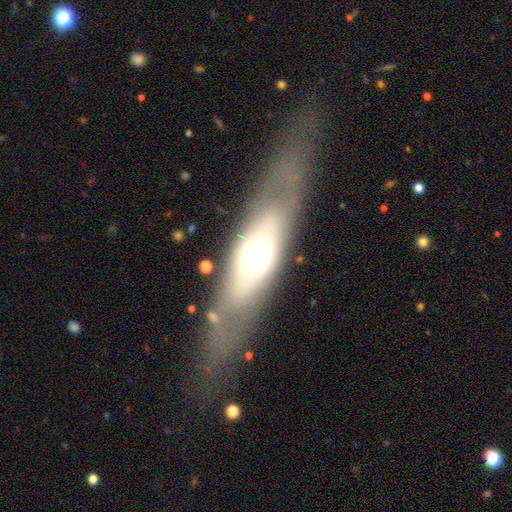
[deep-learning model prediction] featured or disk 55%, smooth 37%, star or artifact 8%. Down the decision tree: edge-on disk — no (51%); merging — none (74%).